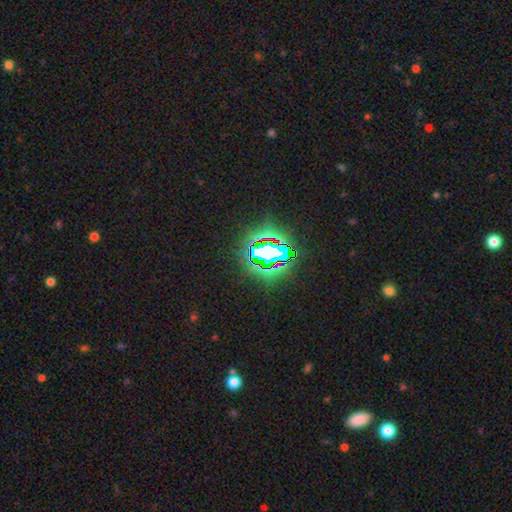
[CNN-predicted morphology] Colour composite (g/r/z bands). It shows a star or artifact, not a galaxy (83%).